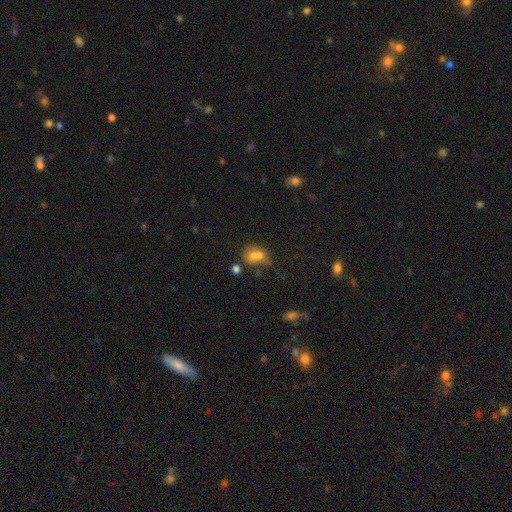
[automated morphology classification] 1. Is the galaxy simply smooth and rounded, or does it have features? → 66% smooth, 20% featured or disk, 14% star or artifact.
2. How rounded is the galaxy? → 55% in between, 43% round, 2% cigar-shaped.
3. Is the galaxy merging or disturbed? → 51% merger, 27% none, 13% minor disturbance, 9% major disturbance.